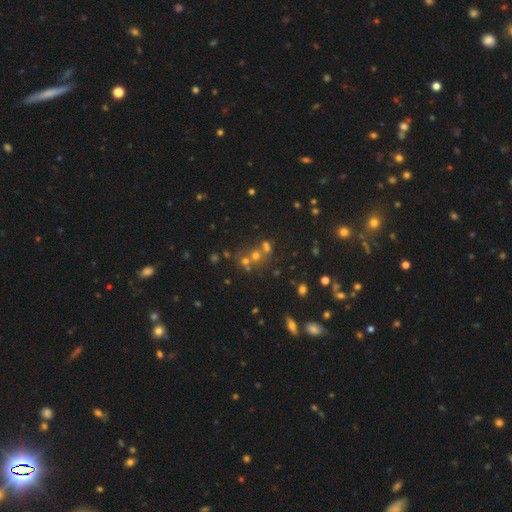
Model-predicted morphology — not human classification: Smooth or featured? Predicted: smooth (p=0.42, tied with star or artifact). Merging? Predicted: none (p=0.51).